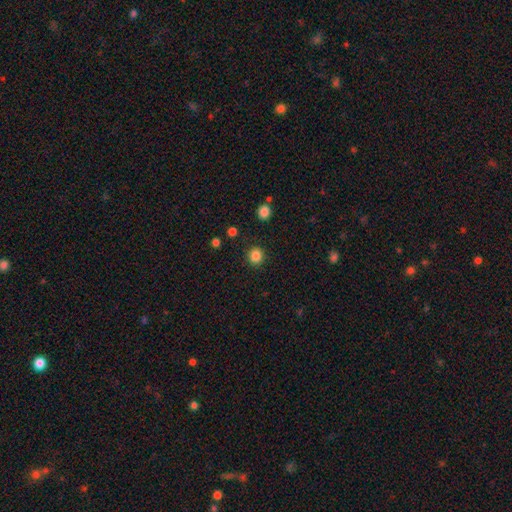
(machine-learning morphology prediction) Smooth or featured?
  - smooth: 85% *
  - star or artifact: 11%
  - featured or disk: 3%
How rounded?
  - round: 88% *
  - in between: 12%
  - cigar-shaped: 1%
Merging?
  - none: 90% *
  - minor disturbance: 6%
  - major disturbance: 2%
  - merger: 2%